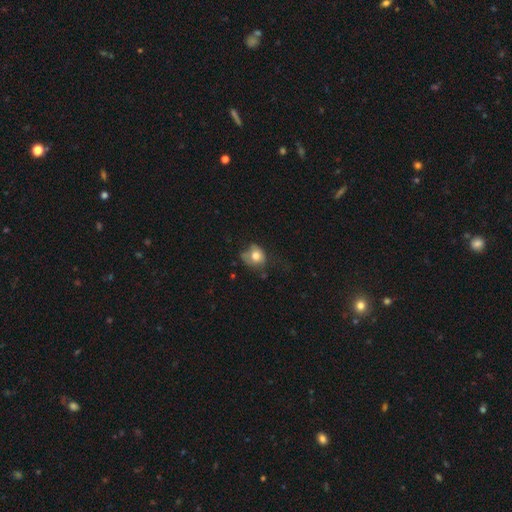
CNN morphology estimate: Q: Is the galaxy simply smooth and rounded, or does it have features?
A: smooth — 73%.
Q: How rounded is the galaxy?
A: round — 61%.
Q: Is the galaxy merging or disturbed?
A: none — 41%.